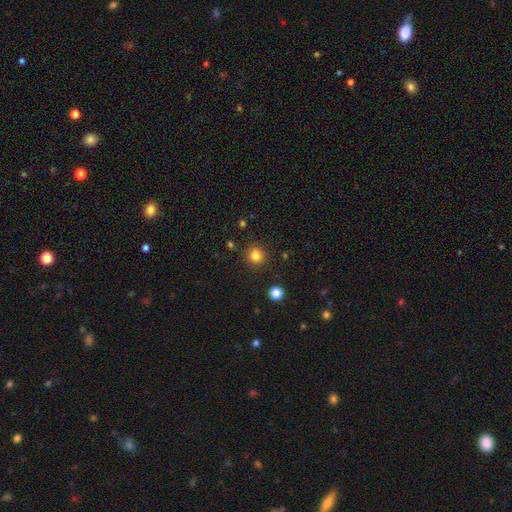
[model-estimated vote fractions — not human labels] Smooth or featured?
  - smooth: 83% *
  - star or artifact: 13%
  - featured or disk: 4%
How rounded?
  - round: 91% *
  - in between: 8%
  - cigar-shaped: 1%
Merging?
  - none: 89% *
  - minor disturbance: 7%
  - major disturbance: 2%
  - merger: 2%